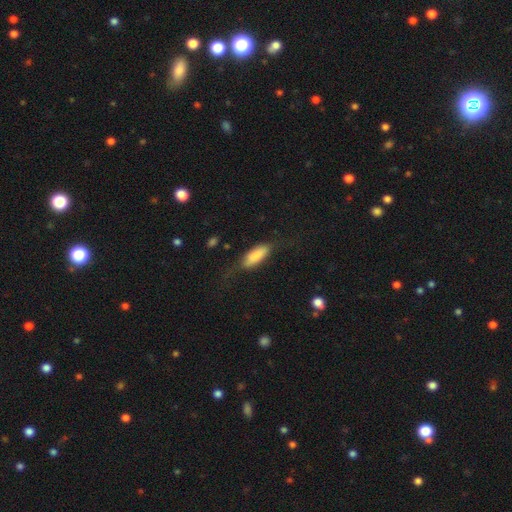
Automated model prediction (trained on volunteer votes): The model was most divided on "merging": none: 61%, minor disturbance: 23%, major disturbance: 14%, merger: 2%. More confident: smooth or featured — smooth (80%); how rounded — in between (72%).